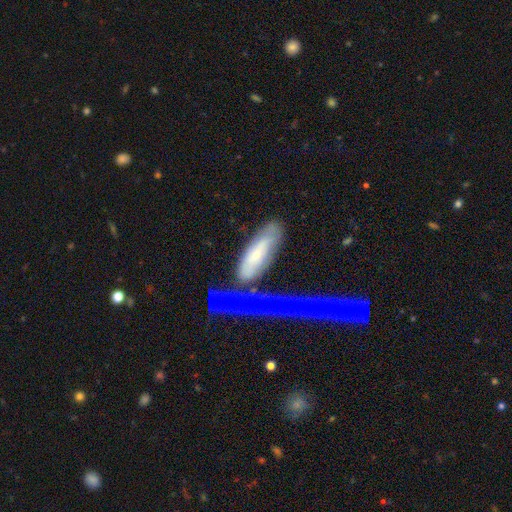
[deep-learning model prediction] Morphology: type=smooth (59%); roundness=in between (53%); merging=none (52%).